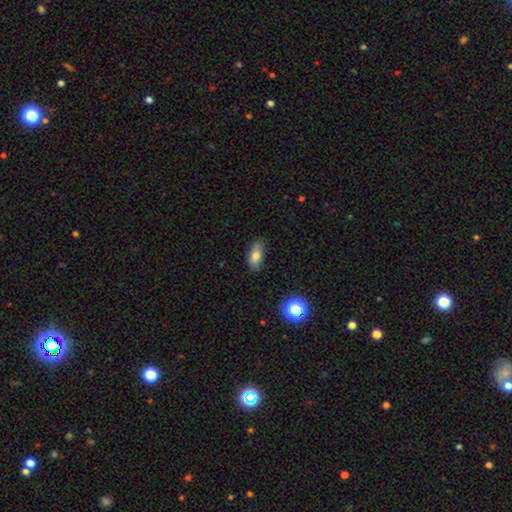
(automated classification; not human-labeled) smooth-or-featured: smooth: 78% | featured or disk: 12% | star or artifact: 10%
  how-rounded: in between: 87% | cigar-shaped: 8% | round: 5%
  merging: none: 82% | minor disturbance: 14% | major disturbance: 3% | merger: 1%